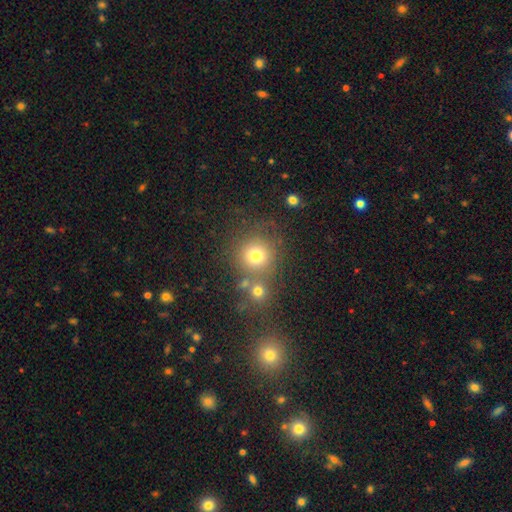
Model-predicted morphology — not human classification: A smooth galaxy with no disk features (73%) that is round (91%).

Vote fractions:
- Smooth or featured? smooth: 73% / star or artifact: 16% / featured or disk: 11%
- How rounded? round: 91% / in between: 8% / cigar-shaped: 1%
- Merging? none: 61% / merger: 23% / minor disturbance: 10% / major disturbance: 6%